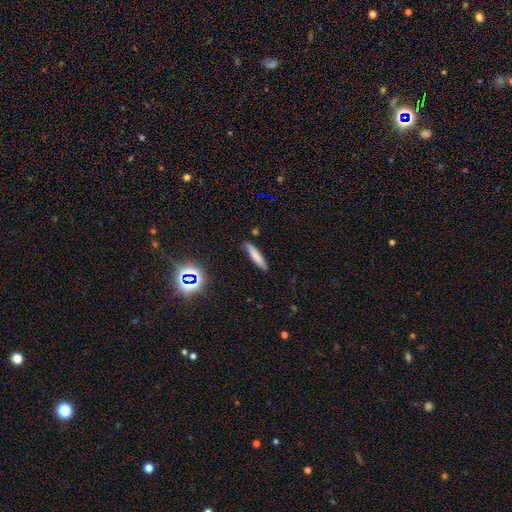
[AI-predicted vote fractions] A smooth galaxy with no disk features (75%) that is cigar-shaped (88%).

Vote fractions:
- Smooth or featured? smooth: 75% / featured or disk: 15% / star or artifact: 10%
- How rounded? cigar-shaped: 88% / in between: 10% / round: 2%
- Merging? none: 84% / minor disturbance: 12% / major disturbance: 2% / merger: 2%